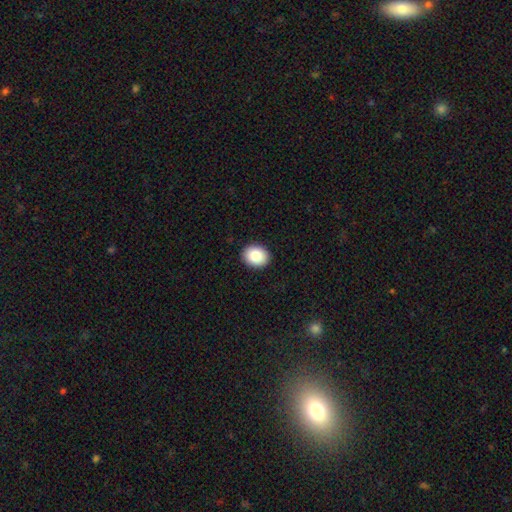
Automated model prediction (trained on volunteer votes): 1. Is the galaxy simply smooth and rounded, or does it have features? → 84% smooth, 8% star or artifact, 8% featured or disk.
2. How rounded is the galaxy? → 56% round, 44% in between, 1% cigar-shaped.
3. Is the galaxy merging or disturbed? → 92% none, 6% minor disturbance, 1% major disturbance, 1% merger.